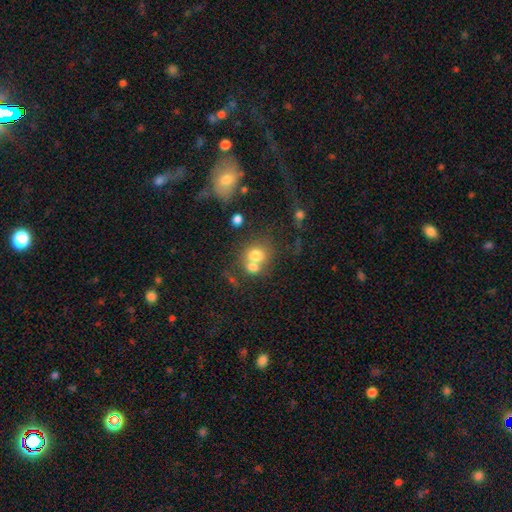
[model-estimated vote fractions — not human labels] This appears to be a smooth galaxy with no disk features (72%) that is round (72%). Merging: merger (55%).